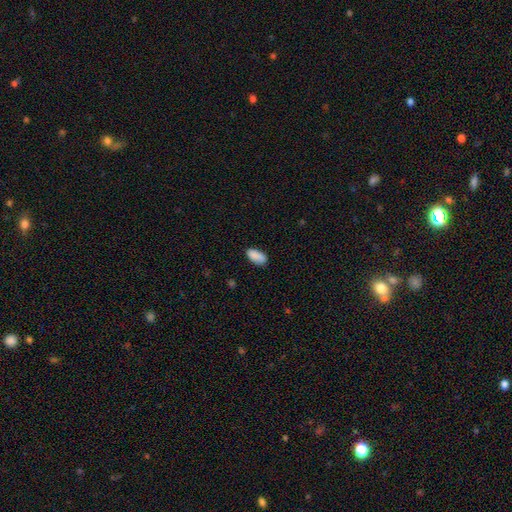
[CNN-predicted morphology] Smooth or featured? Predicted: smooth (p=0.88). How rounded? Predicted: in between (p=0.89). Merging? Predicted: none (p=0.78).